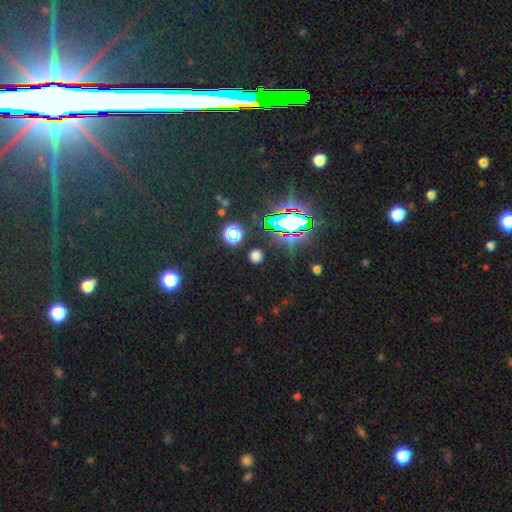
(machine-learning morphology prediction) type=smooth (57%); roundness=round (87%); merging=none (87%).